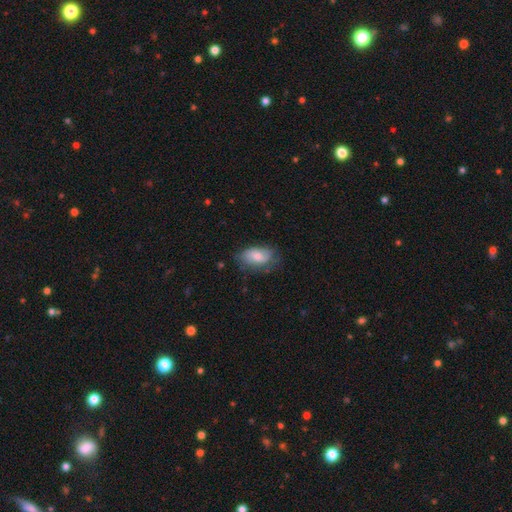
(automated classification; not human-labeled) A smooth galaxy with no disk features (56%) that is in between round and cigar-shaped (89%).

Vote fractions:
- Smooth or featured? smooth: 56% / featured or disk: 33% / star or artifact: 10%
- How rounded? in between: 89% / round: 7% / cigar-shaped: 3%
- Merging? none: 66% / minor disturbance: 25% / major disturbance: 8% / merger: 1%